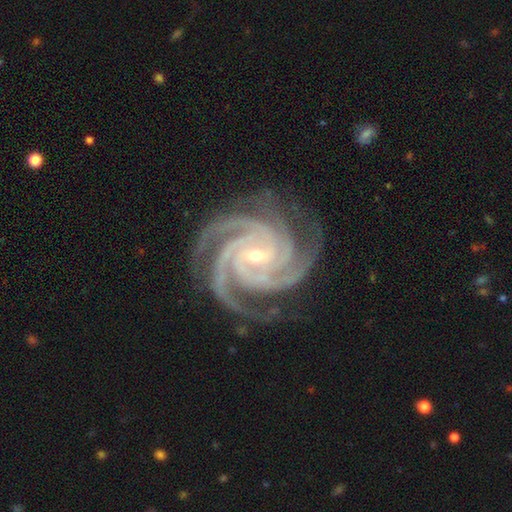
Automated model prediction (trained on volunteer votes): Q: Smooth or featured?
A: featured or disk (95%); runner-up: star or artifact (3%)
Q: Edge-on disk?
A: no (99%); runner-up: yes (1%)
Q: Bar?
A: no (41%); runner-up: weak (36%)
Q: Spiral arms?
A: yes (99%); runner-up: no (1%)
Q: Spiral winding?
A: tight (77%); runner-up: medium (22%)
Q: Spiral arm count?
A: 4 (54%); runner-up: 3 (21%)
Q: Bulge size?
A: small (63%); runner-up: moderate (35%)
Q: Merging?
A: none (83%); runner-up: minor disturbance (13%)